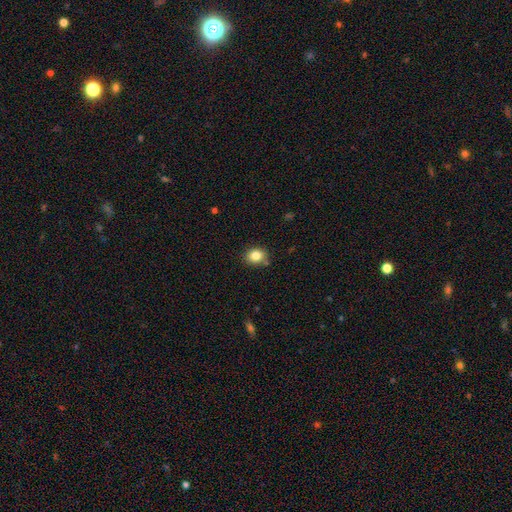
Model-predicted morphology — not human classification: Overall: smooth (84%). How rounded: round (61%; in between 38%). Merging: none (80%).